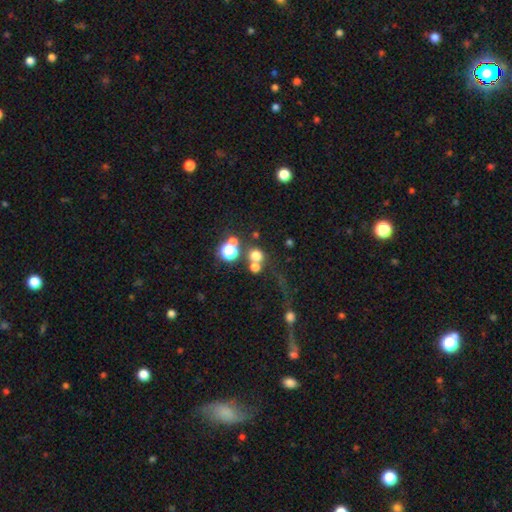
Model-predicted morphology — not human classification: Smooth or featured: smooth — 66% (star or artifact — 24%)
How rounded: round — 89% (in between — 10%)
Merging: none — 58% (merger — 27%)